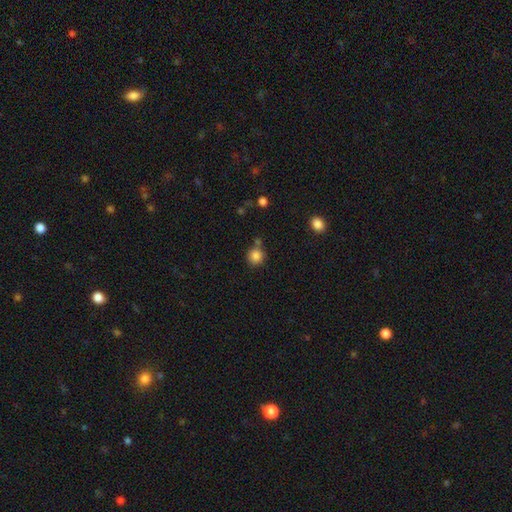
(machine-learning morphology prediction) This is clearly a smooth galaxy (84%). How rounded: clearly round (90%). Merging: likely none (73%).